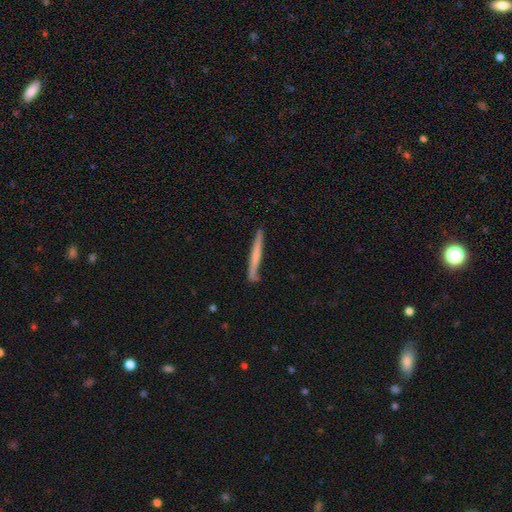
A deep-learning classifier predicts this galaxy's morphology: Overall: smooth (53%; featured or disk 42%). How rounded: cigar-shaped (97%). Merging: none (83%).